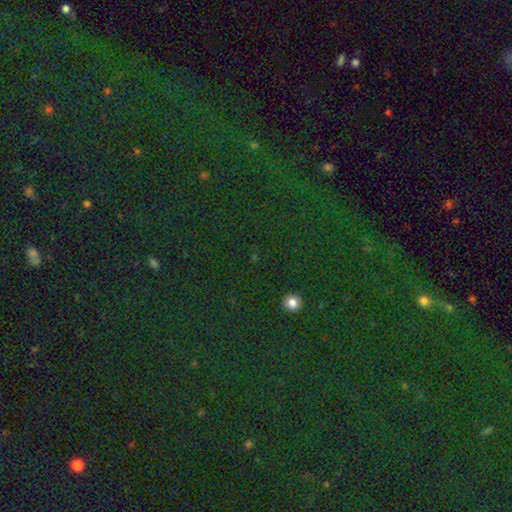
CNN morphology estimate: The model was most divided on "smooth or featured": star or artifact: 79%, smooth: 13%, featured or disk: 8%.